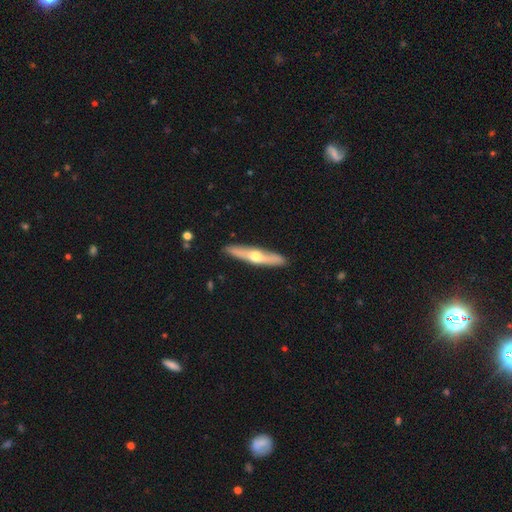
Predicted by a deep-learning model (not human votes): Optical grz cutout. It shows a featured or disk galaxy (57%) viewed edge-on (90%) with a rounded central bulge (91%). Merging: none (89%).